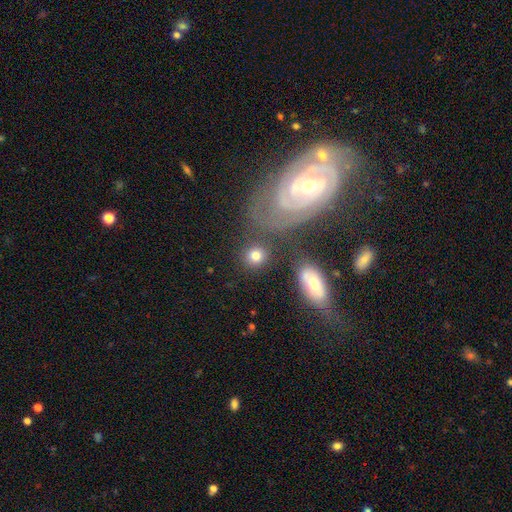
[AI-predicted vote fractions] Smooth or featured? Predicted: smooth (p=0.79). How rounded? Predicted: round (p=0.83). Merging? Predicted: none (p=0.76).